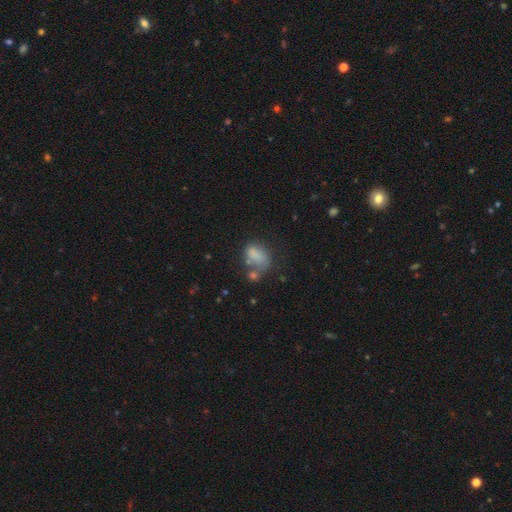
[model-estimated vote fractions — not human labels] A smooth galaxy with no disk features (74%) that is in between round and cigar-shaped (81%). Merging: none (34%).